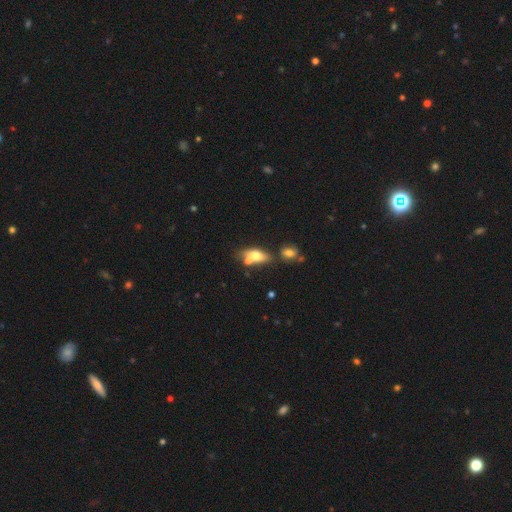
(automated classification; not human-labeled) Smooth or featured?
  - smooth: 60% *
  - featured or disk: 30%
  - star or artifact: 10%
How rounded?
  - in between: 75% *
  - cigar-shaped: 16%
  - round: 9%
Merging?
  - merger: 48% *
  - none: 33%
  - minor disturbance: 12%
  - major disturbance: 7%